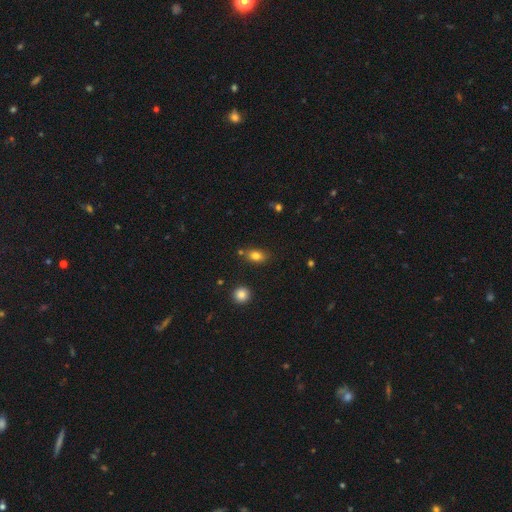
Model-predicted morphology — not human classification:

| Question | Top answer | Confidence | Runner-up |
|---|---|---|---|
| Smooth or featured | smooth | 81% | star or artifact (11%) |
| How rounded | in between | 80% | round (16%) |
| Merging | none | 75% | minor disturbance (14%) |